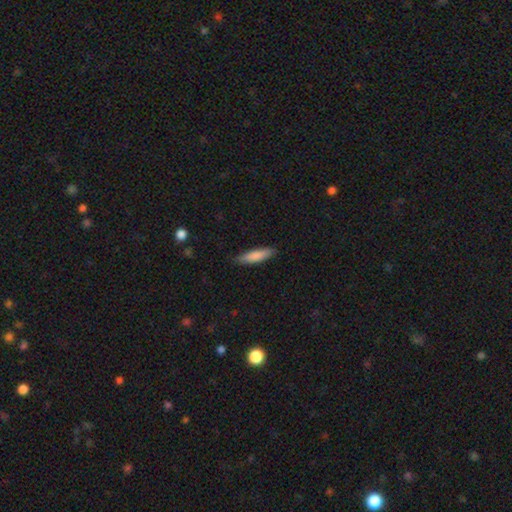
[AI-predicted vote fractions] smooth_or_featured: smooth (p=0.83) [alt: featured or disk p=0.12]
how_rounded: cigar-shaped (p=0.73) [alt: in between p=0.25]
merging: none (p=0.87) [alt: minor disturbance p=0.11]